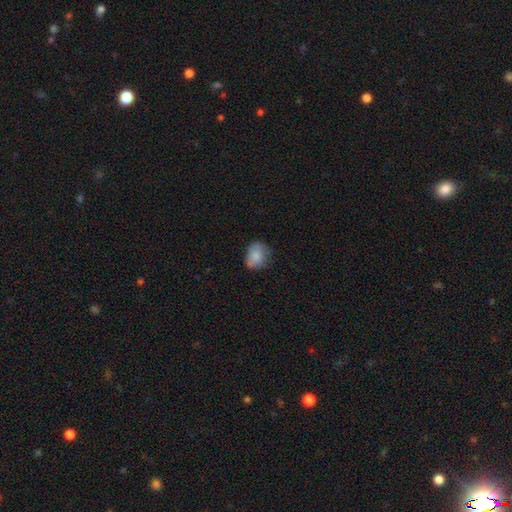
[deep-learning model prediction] Smooth or featured? smooth (82%)
How rounded? round (50%)
Merging? none (62%)